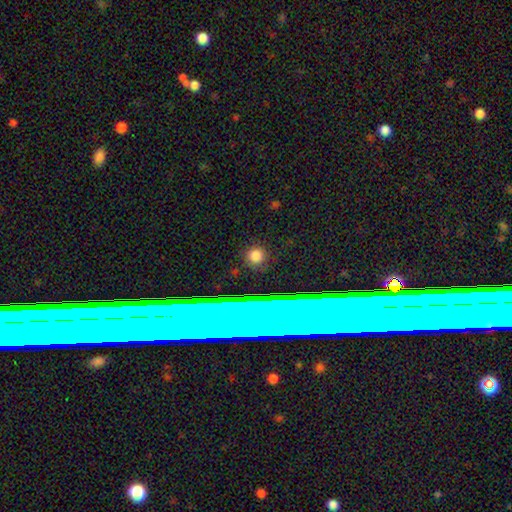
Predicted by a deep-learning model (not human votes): This is likely a smooth galaxy (77%). How rounded: clearly round (93%). Merging: clearly none (90%).